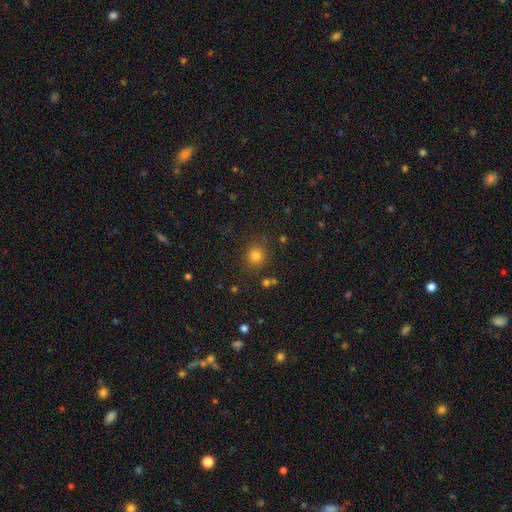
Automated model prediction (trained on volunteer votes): Overall: smooth (80%). How rounded: round (90%). Merging: none (85%).